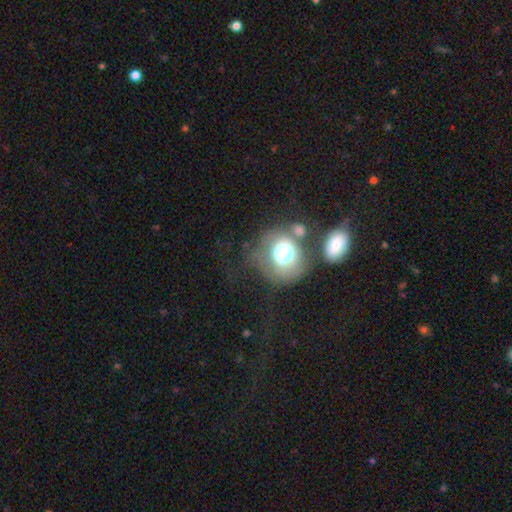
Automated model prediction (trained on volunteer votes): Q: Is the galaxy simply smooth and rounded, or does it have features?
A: smooth — 59%.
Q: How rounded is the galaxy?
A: round — 68%.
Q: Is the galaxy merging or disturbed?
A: none — 36%.